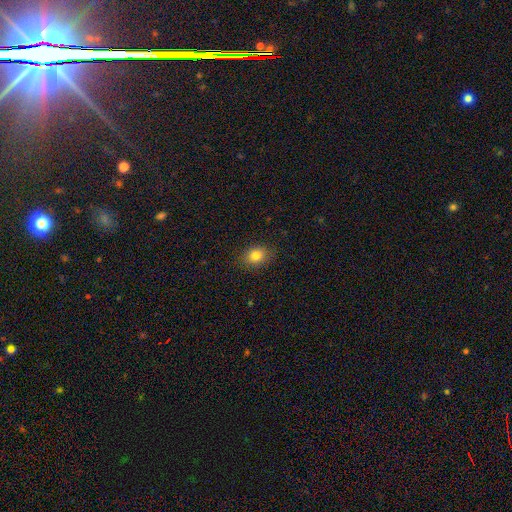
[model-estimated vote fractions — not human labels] Smooth or featured: smooth — 82% (star or artifact — 11%)
How rounded: in between — 62% (round — 37%)
Merging: none — 86% (minor disturbance — 10%)